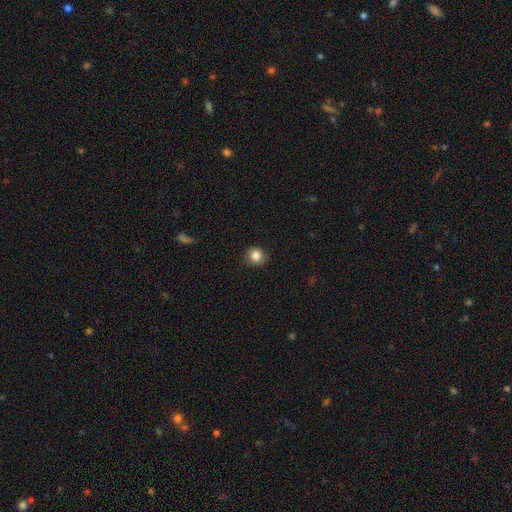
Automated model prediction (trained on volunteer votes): smooth_or_featured: smooth (p=0.84) [alt: star or artifact p=0.10]
how_rounded: round (p=0.88) [alt: in between p=0.11]
merging: none (p=0.89) [alt: minor disturbance p=0.08]